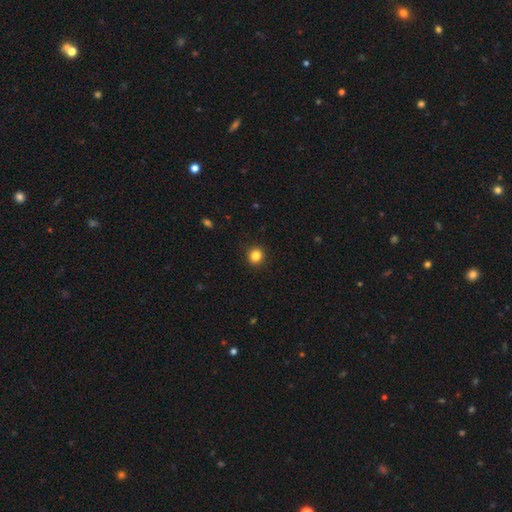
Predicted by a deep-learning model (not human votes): Smooth or featured? smooth (84%)
How rounded? round (88%)
Merging? none (92%)